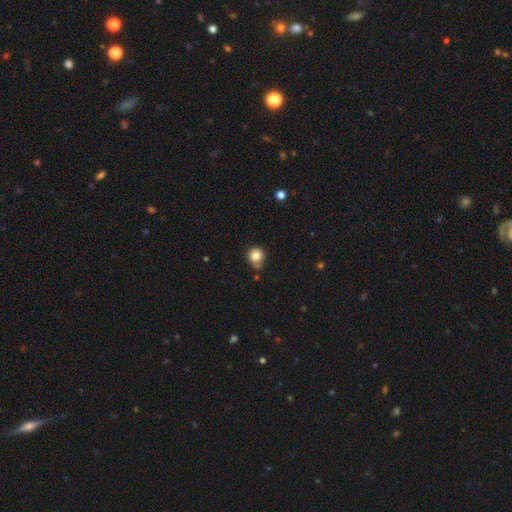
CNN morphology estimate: Smooth or featured? Predicted: smooth (p=0.83). How rounded? Predicted: round (p=0.85). Merging? Predicted: none (p=0.63).